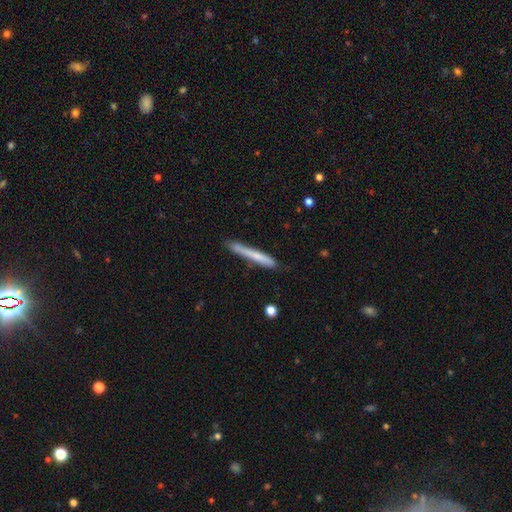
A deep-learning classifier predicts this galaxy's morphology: type=smooth (63%); roundness=cigar-shaped (96%); merging=none (74%).